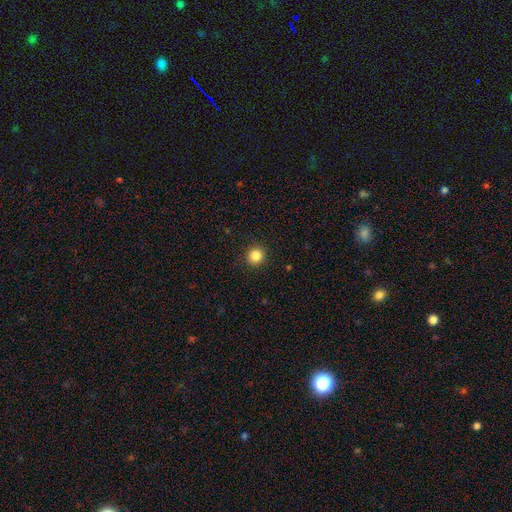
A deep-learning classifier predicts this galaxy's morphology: Smooth or featured? Predicted: smooth (p=0.85). How rounded? Predicted: round (p=0.94). Merging? Predicted: none (p=0.92).